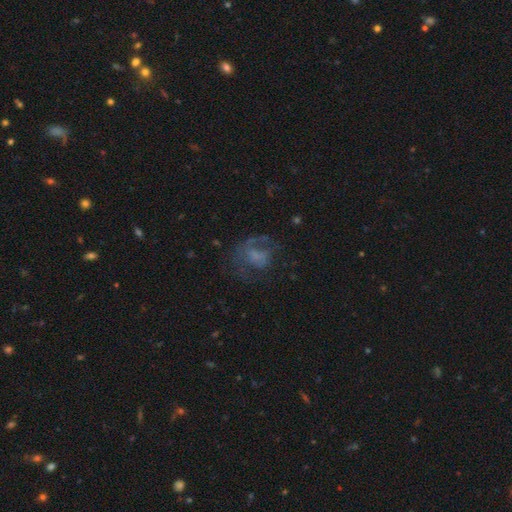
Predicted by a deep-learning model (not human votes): This appears to be a featured or disk galaxy (51%). Merging: none (44%).